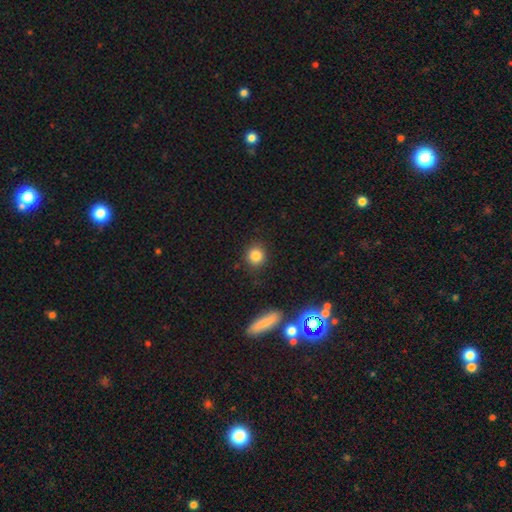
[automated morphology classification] Smooth or featured? Predicted: smooth (p=0.83). How rounded? Predicted: round (p=0.88). Merging? Predicted: none (p=0.87).